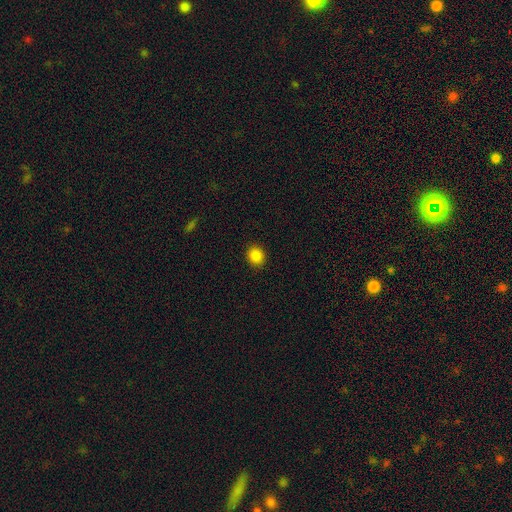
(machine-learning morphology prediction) Smooth or featured?
  - smooth: 86% *
  - star or artifact: 11%
  - featured or disk: 3%
How rounded?
  - round: 76% *
  - in between: 23%
  - cigar-shaped: 1%
Merging?
  - none: 91% *
  - minor disturbance: 6%
  - major disturbance: 2%
  - merger: 1%